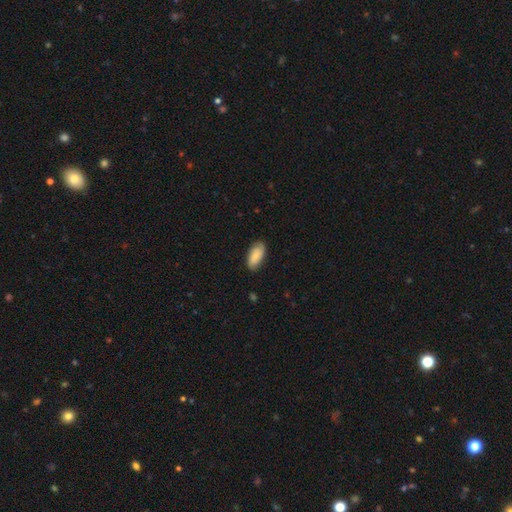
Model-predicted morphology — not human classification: smooth_or_featured: smooth (p=0.72) [alt: featured or disk p=0.21]
how_rounded: in between (p=0.92) [alt: cigar-shaped p=0.06]
merging: none (p=0.82) [alt: minor disturbance p=0.15]